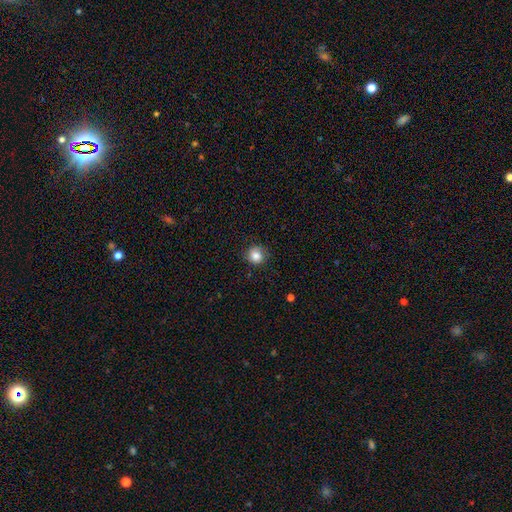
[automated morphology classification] smooth_or_featured: smooth (p=0.83) [alt: star or artifact p=0.10]
how_rounded: round (p=0.90) [alt: in between p=0.09]
merging: none (p=0.82) [alt: minor disturbance p=0.14]